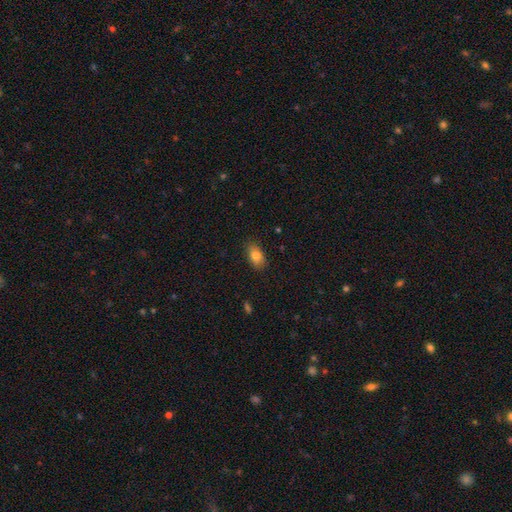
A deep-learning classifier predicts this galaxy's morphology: This is clearly a smooth galaxy (83%). How rounded: clearly in between (87%). Merging: clearly none (84%).